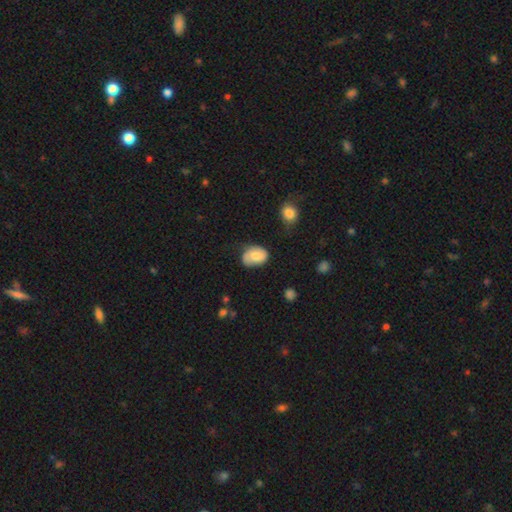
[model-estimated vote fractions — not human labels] This appears to be a smooth galaxy with no disk features (63%) that is in between round and cigar-shaped (71%). Merging: none (55%).